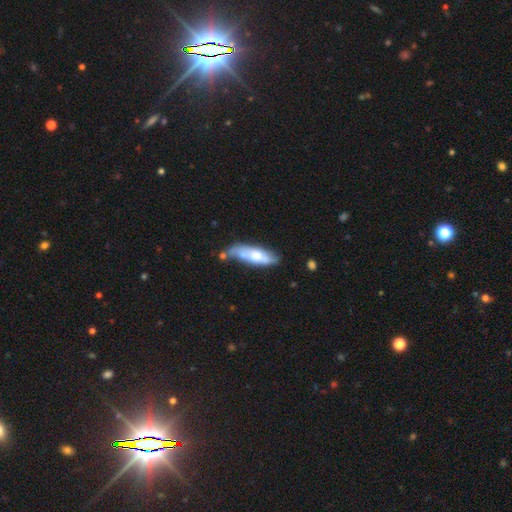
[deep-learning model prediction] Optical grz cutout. It shows a smooth galaxy with no disk features (53%) that is in between round and cigar-shaped (50%). Merging: none (45%).